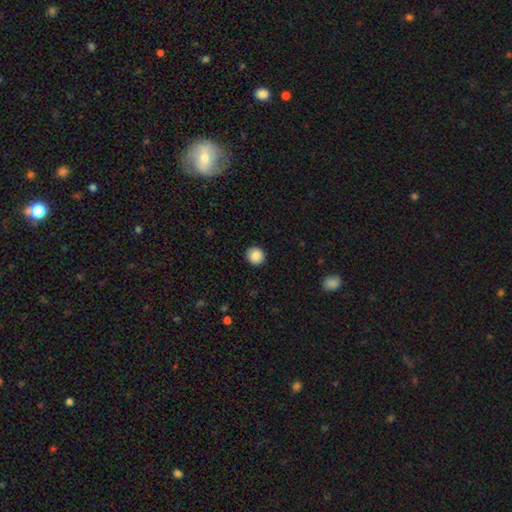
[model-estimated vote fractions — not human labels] Smooth or featured: smooth — 87% (star or artifact — 9%)
How rounded: round — 89% (in between — 10%)
Merging: none — 88% (minor disturbance — 9%)